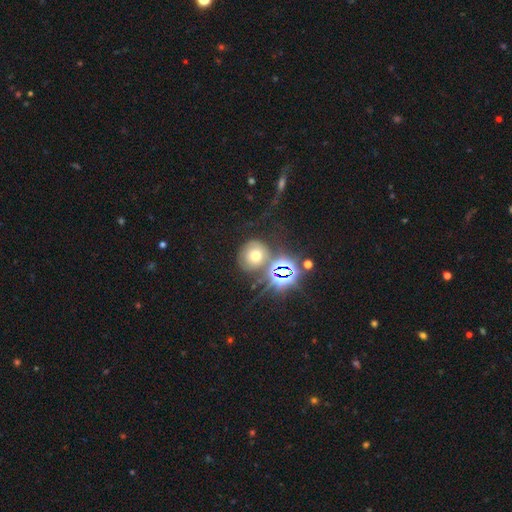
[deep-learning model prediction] This appears to be a smooth galaxy with no disk features (50%). Merging: none (56%).